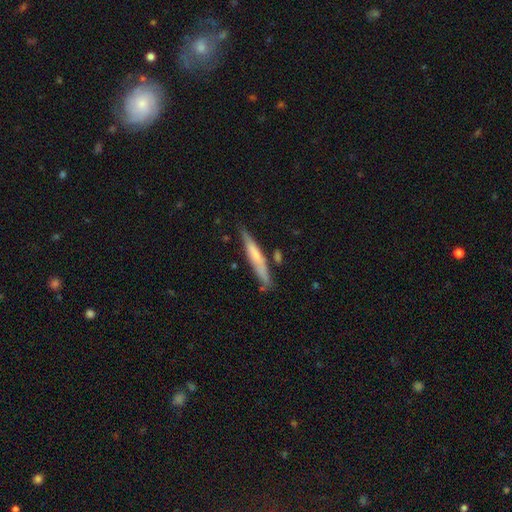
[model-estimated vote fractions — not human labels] Smooth or featured? smooth (54%)
How rounded? cigar-shaped (94%)
Merging? none (77%)